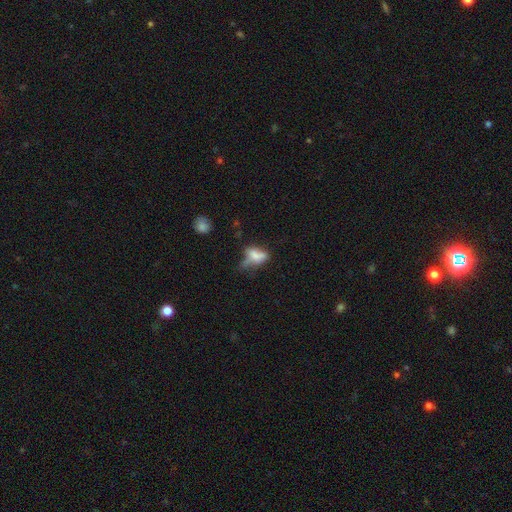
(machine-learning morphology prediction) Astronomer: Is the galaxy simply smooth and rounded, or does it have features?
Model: smooth — 56% (runner-up: featured or disk, 31%).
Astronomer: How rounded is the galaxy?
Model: in between — 78%.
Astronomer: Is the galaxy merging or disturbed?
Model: major disturbance — 31% (runner-up: none, 29%).